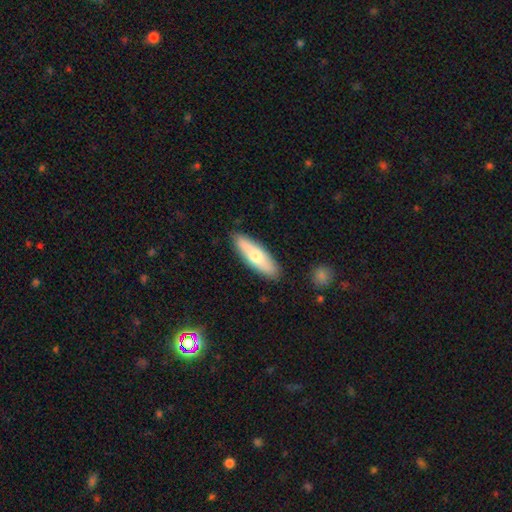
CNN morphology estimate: Overall: smooth (65%; featured or disk 30%). How rounded: cigar-shaped (54%; in between 44%). Merging: none (86%).